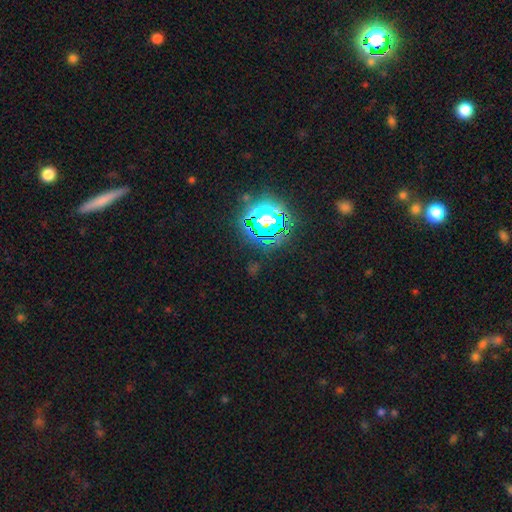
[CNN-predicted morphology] This appears to be a star or artifact, not a galaxy (79%).